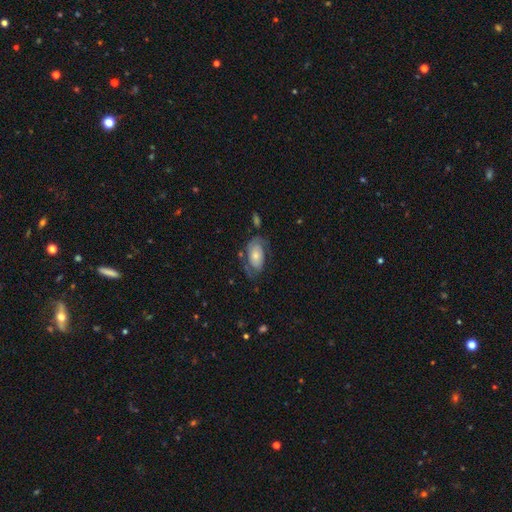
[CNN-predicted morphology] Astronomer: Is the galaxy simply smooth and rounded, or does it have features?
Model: featured or disk — 59%.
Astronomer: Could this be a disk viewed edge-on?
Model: no — 95%.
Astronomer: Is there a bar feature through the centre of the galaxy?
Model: no — 79%.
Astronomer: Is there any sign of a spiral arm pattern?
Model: yes — 77%.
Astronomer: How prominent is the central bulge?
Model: small — 51% (runner-up: moderate, 36%).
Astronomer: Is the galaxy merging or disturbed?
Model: none — 55%.